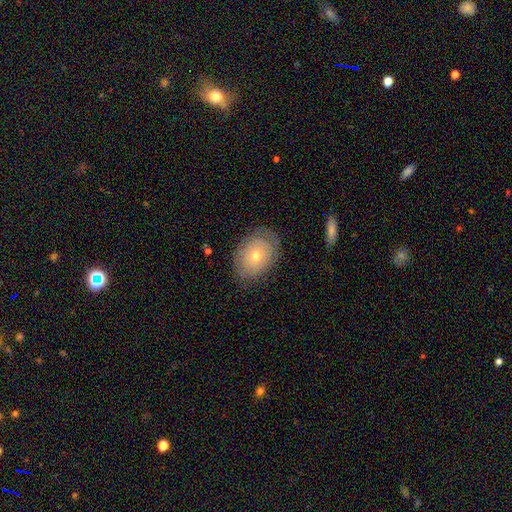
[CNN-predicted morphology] The model was most divided on "smooth or featured": smooth: 62%, featured or disk: 30%, star or artifact: 8%. More confident: merging — none (77%); how rounded — in between (72%).